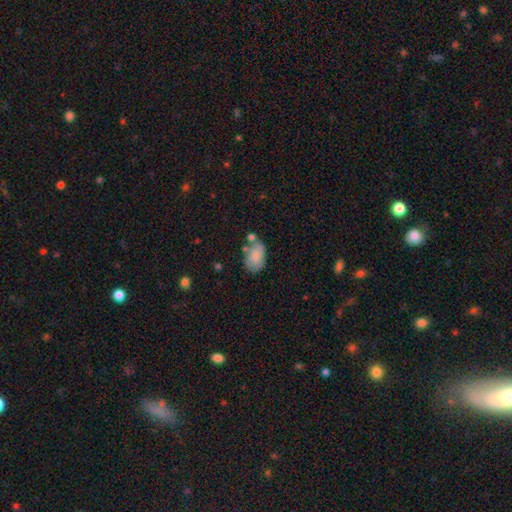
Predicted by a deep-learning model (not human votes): Smooth or featured: smooth — 78% (featured or disk — 15%)
How rounded: in between — 91% (round — 8%)
Merging: none — 54% (minor disturbance — 24%)